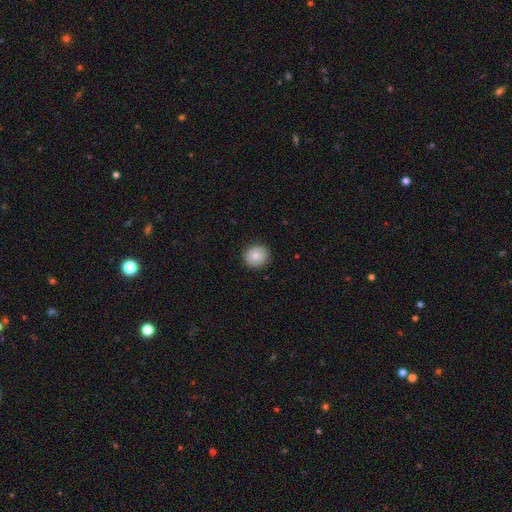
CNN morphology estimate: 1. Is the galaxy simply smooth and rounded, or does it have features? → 82% smooth, 10% featured or disk, 8% star or artifact.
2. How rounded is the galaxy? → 88% round, 11% in between, 1% cigar-shaped.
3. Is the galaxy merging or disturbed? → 90% none, 7% minor disturbance, 2% major disturbance, 1% merger.